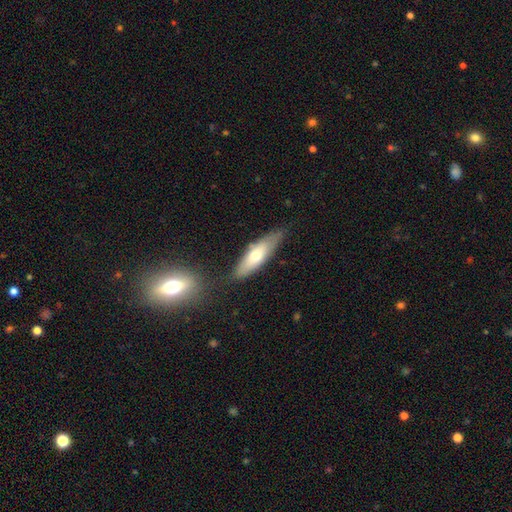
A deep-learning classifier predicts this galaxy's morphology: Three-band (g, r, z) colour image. It shows a smooth galaxy with no disk features (60%) that is cigar-shaped (51%). Merging: none (71%).